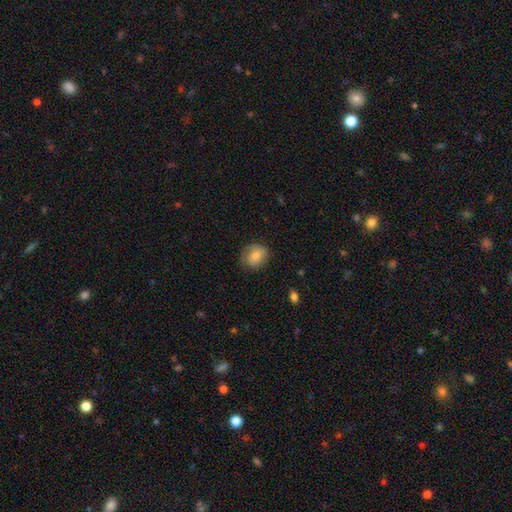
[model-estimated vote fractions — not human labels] Q: Smooth or featured?
A: smooth (75%); runner-up: featured or disk (17%)
Q: How rounded?
A: round (58%); runner-up: in between (41%)
Q: Merging?
A: none (70%); runner-up: minor disturbance (22%)